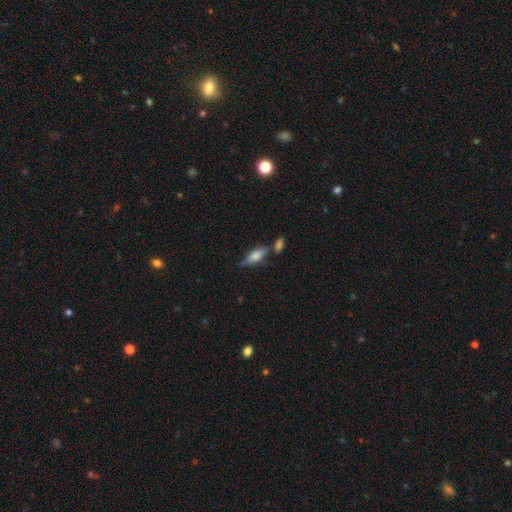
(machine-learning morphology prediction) A smooth galaxy with no disk features (54%) that is in between round and cigar-shaped (60%).

Vote fractions:
- Smooth or featured? smooth: 54% / featured or disk: 38% / star or artifact: 8%
- How rounded? in between: 60% / cigar-shaped: 37% / round: 3%
- Merging? none: 58% / merger: 21% / minor disturbance: 17% / major disturbance: 5%